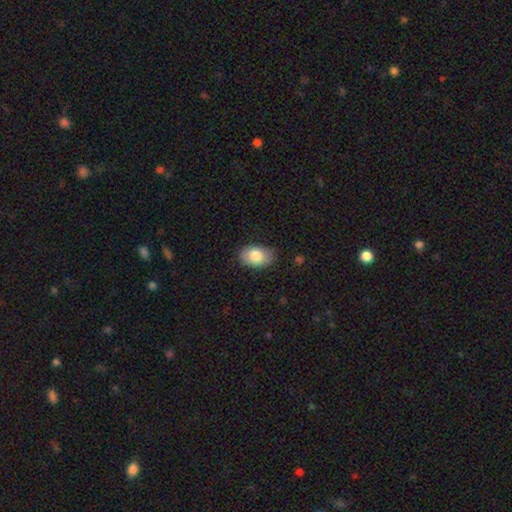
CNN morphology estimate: smooth 76%, featured or disk 17%, star or artifact 7%. Down the decision tree: how rounded — in between (87%); merging — none (79%).